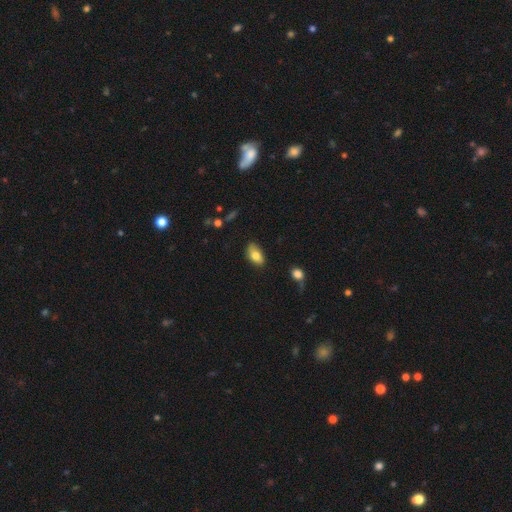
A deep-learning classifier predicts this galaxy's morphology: This appears to be a smooth galaxy with no disk features (80%) that is in between round and cigar-shaped (91%). Merging: none (75%).